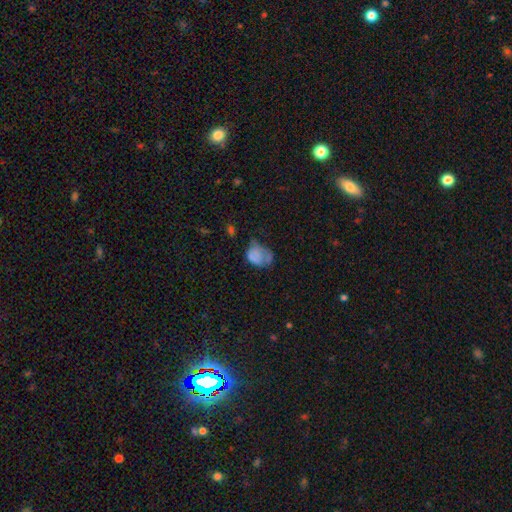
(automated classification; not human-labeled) This appears to be a smooth galaxy with no disk features (68%) that is in between round and cigar-shaped (66%). Merging: major disturbance (36%).